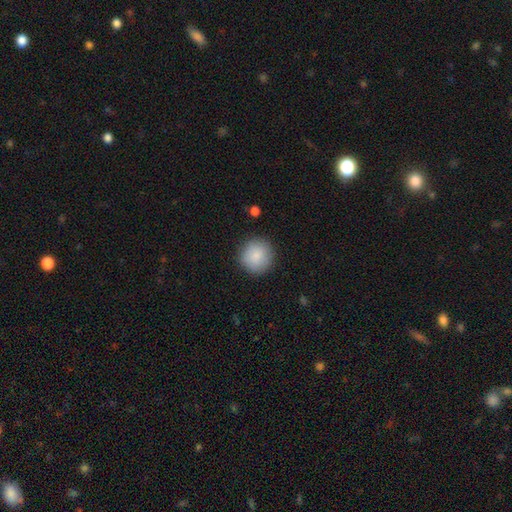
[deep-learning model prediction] A smooth galaxy with no disk features (87%) that is round (94%). Merging: none (88%).